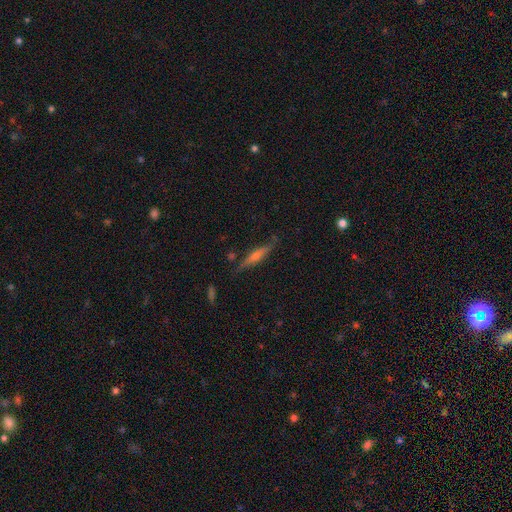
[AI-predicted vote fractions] A featured or disk galaxy (62%) viewed edge-on (95%) with a rounded central bulge (71%).

Vote fractions:
- Smooth or featured? featured or disk: 62% / smooth: 30% / star or artifact: 8%
- Edge-on disk? yes: 95% / no: 5%
- Edge-on bulge? rounded: 71% / none: 16% / boxy: 13%
- Merging? none: 82% / minor disturbance: 13% / major disturbance: 3% / merger: 2%